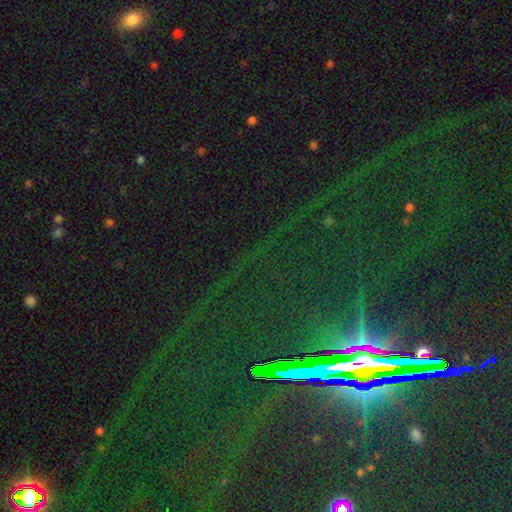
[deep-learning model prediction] star or artifact 84%, featured or disk 10%, smooth 6%.